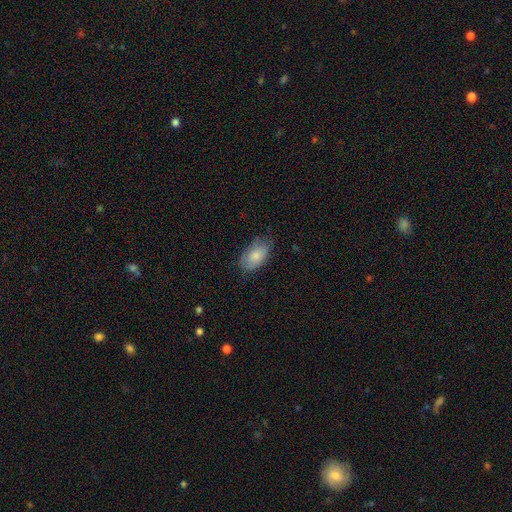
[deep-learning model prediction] Smooth or featured?
  - smooth: 79% *
  - featured or disk: 14%
  - star or artifact: 6%
How rounded?
  - in between: 94% *
  - round: 4%
  - cigar-shaped: 2%
Merging?
  - none: 65% *
  - minor disturbance: 27%
  - major disturbance: 7%
  - merger: 1%